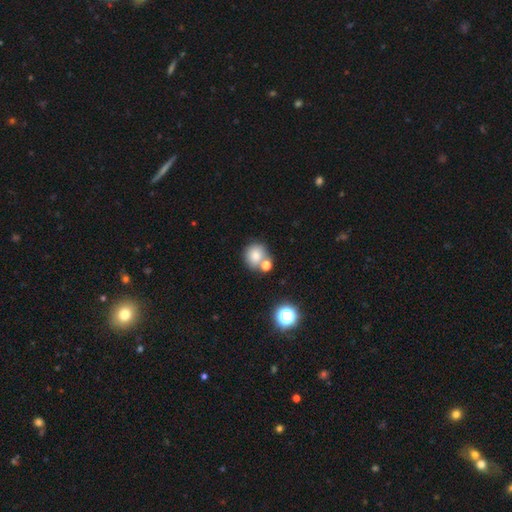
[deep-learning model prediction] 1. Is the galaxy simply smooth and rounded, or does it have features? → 76% smooth, 13% star or artifact, 11% featured or disk.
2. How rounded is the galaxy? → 88% round, 11% in between, 1% cigar-shaped.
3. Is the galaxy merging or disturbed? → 59% none, 29% merger, 9% minor disturbance, 3% major disturbance.